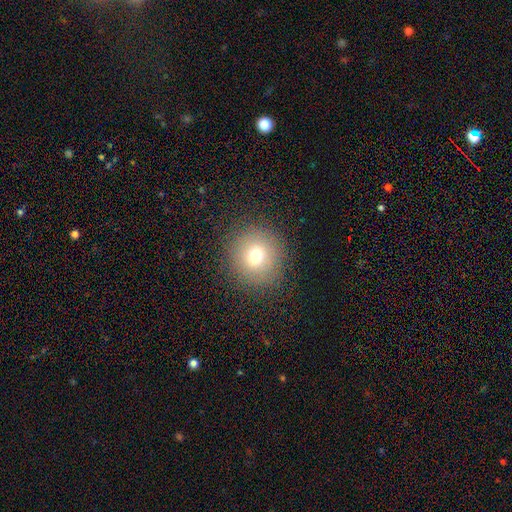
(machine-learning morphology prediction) A smooth galaxy with no disk features (72%) that is round (90%).

Vote fractions:
- Smooth or featured? smooth: 72% / star or artifact: 15% / featured or disk: 14%
- How rounded? round: 90% / in between: 9% / cigar-shaped: 1%
- Merging? none: 88% / minor disturbance: 8% / major disturbance: 4% / merger: 1%